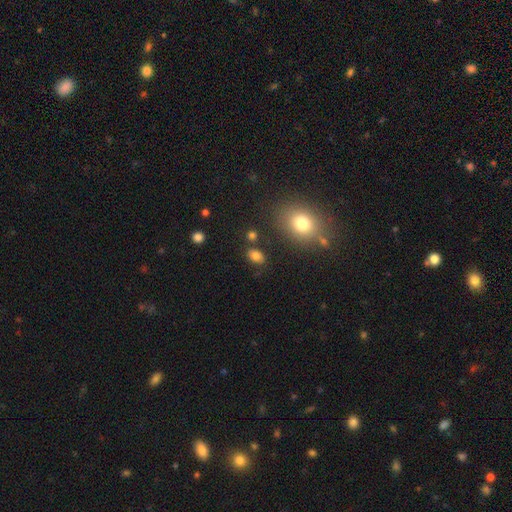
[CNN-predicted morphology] type=smooth (80%); roundness=in between (81%); merging=none (80%).